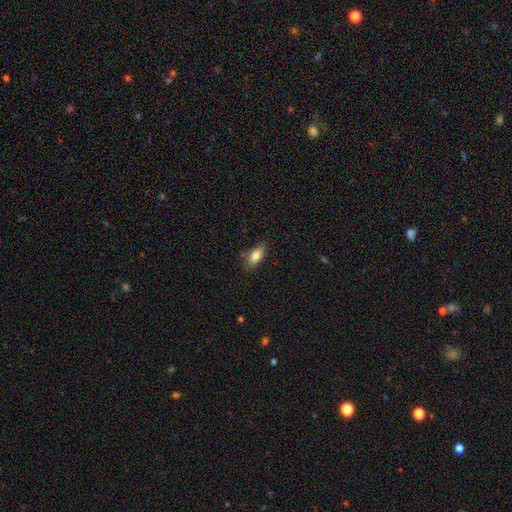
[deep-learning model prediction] A smooth galaxy with no disk features (82%) that is in between round and cigar-shaped (85%).

Vote fractions:
- Smooth or featured? smooth: 82% / featured or disk: 11% / star or artifact: 7%
- How rounded? in between: 85% / cigar-shaped: 11% / round: 3%
- Merging? none: 77% / minor disturbance: 16% / merger: 3% / major disturbance: 3%